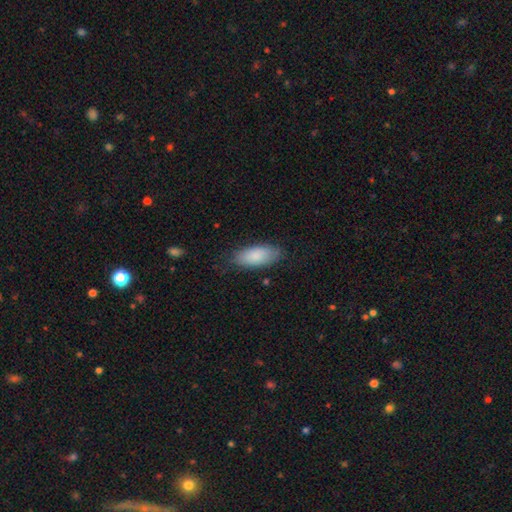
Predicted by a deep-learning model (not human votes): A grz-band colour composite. It shows a smooth galaxy with no disk features (86%) that is in between round and cigar-shaped (85%). Merging: none (80%).